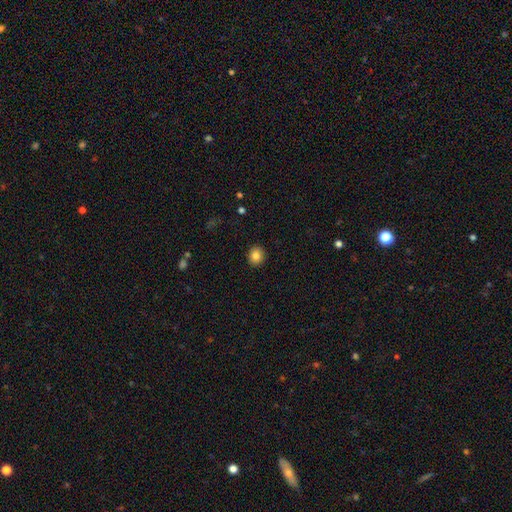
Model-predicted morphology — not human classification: smooth 84%, star or artifact 10%, featured or disk 6%. Down the decision tree: how rounded — round (72%); merging — none (91%).